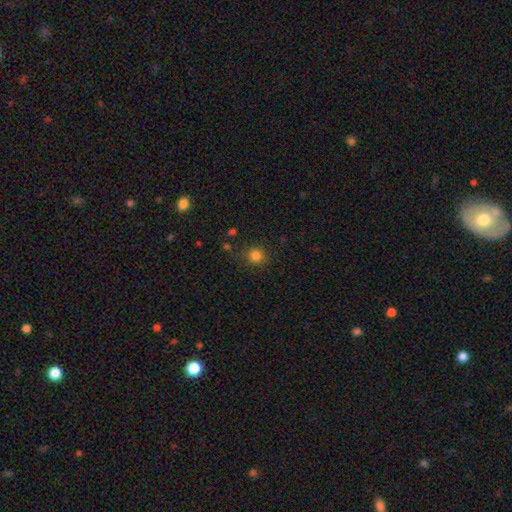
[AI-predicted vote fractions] This is clearly a smooth galaxy (82%). How rounded: clearly round (89%). Merging: clearly none (82%).